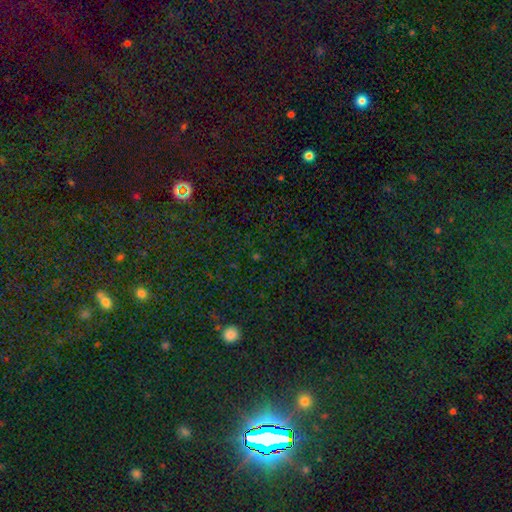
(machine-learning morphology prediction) Smooth or featured? Predicted: star or artifact (p=0.68).